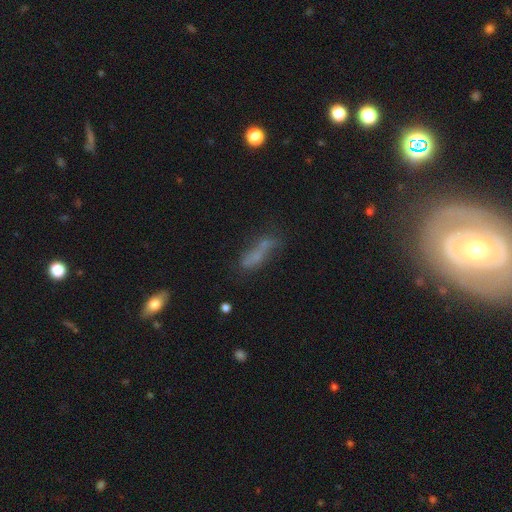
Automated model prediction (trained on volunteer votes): smooth 58%, featured or disk 26%, star or artifact 17%. Down the decision tree: how rounded — cigar-shaped (54%); merging — none (43%).